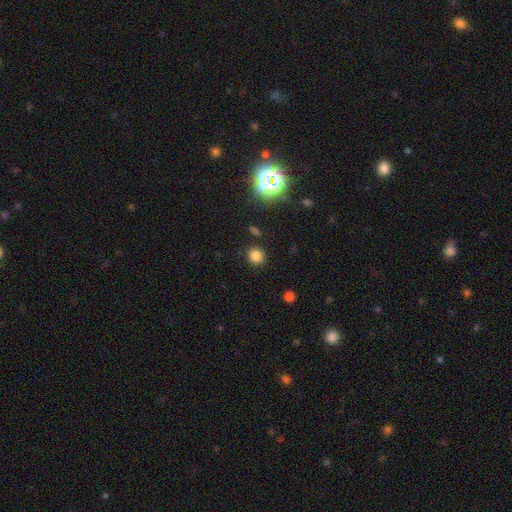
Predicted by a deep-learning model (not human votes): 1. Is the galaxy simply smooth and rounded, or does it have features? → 78% smooth, 17% star or artifact, 5% featured or disk.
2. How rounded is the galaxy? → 81% round, 18% in between, 1% cigar-shaped.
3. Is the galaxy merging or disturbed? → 87% none, 8% minor disturbance, 3% major disturbance, 3% merger.